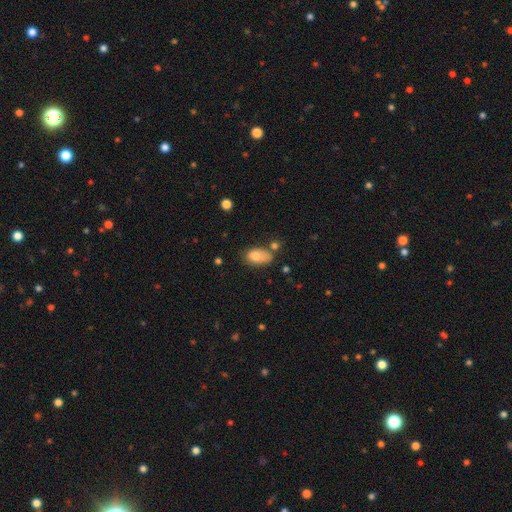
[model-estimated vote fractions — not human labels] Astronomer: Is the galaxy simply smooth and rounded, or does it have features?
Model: smooth — 76%.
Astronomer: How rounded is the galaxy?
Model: in between — 87%.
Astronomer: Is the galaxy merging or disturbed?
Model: none — 44% (runner-up: minor disturbance, 27%).